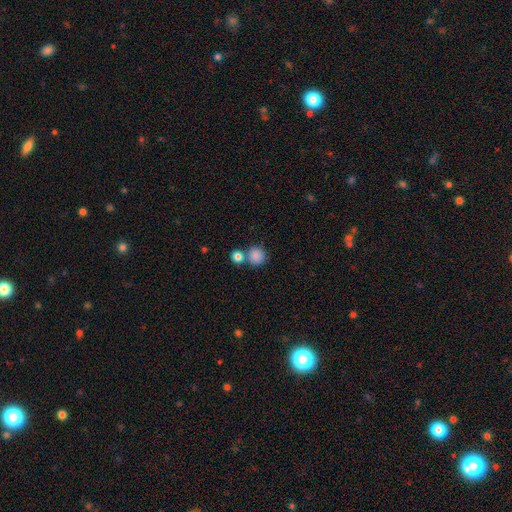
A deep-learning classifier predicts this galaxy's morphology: The model was most divided on "merging": none: 58%, merger: 29%, minor disturbance: 9%, major disturbance: 4%. More confident: how rounded — round (90%); smooth or featured — smooth (85%).